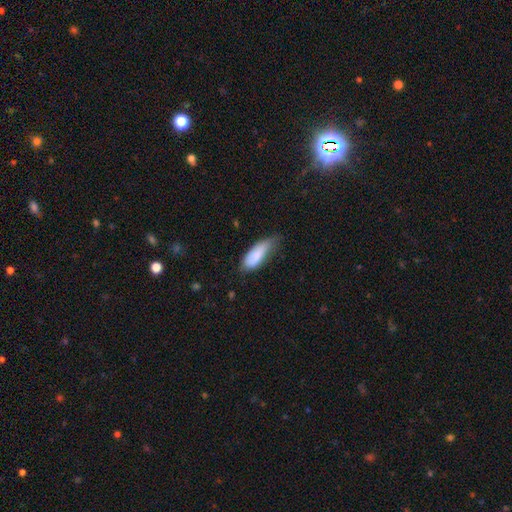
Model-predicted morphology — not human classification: smooth 85%, featured or disk 9%, star or artifact 6%. Down the decision tree: how rounded — in between (73%); merging — none (44%).